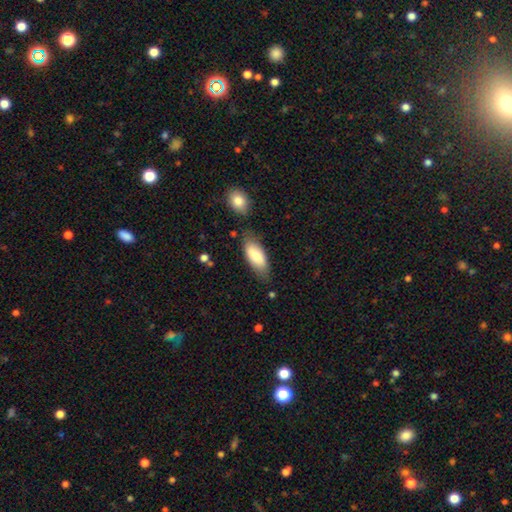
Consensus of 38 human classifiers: Smooth or featured? 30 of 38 (79%) said smooth. How rounded? 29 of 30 (97%) said in between. Merging? 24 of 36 (67%) said none.